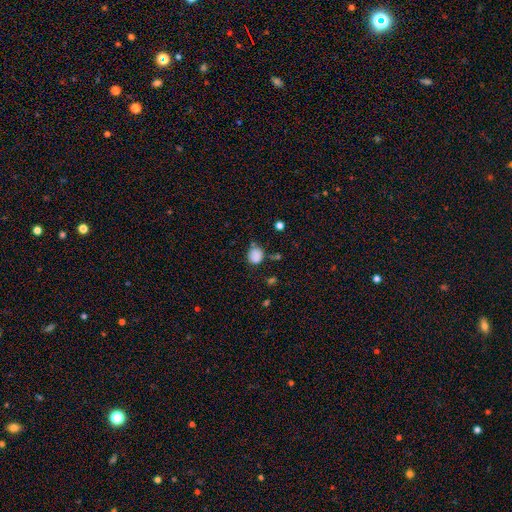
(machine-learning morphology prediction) The model was most divided on "merging": none: 65%, minor disturbance: 23%, major disturbance: 6%, merger: 6%. More confident: smooth or featured — smooth (84%); how rounded — round (74%).